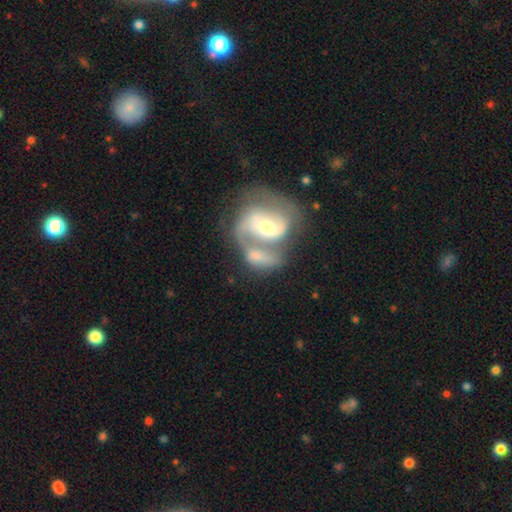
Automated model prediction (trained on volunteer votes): This appears to be a featured or disk galaxy (66%) with no bar (44%), 2 (71%) medium (45%) spiral arms (80%) and a moderate central bulge (61%). Merging: merger (63%).